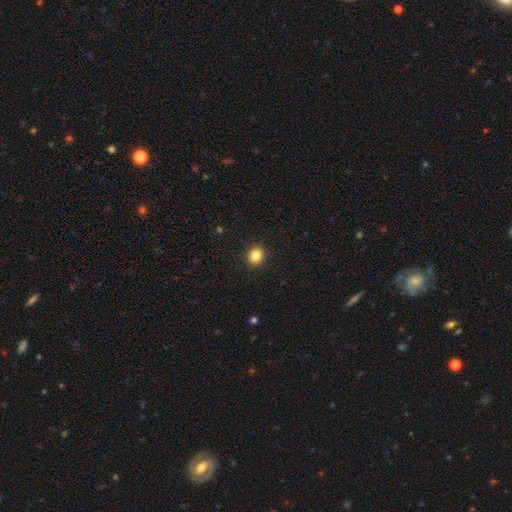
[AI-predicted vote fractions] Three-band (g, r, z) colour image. It shows a smooth galaxy with no disk features (85%) that is round (70%). Merging: none (91%).